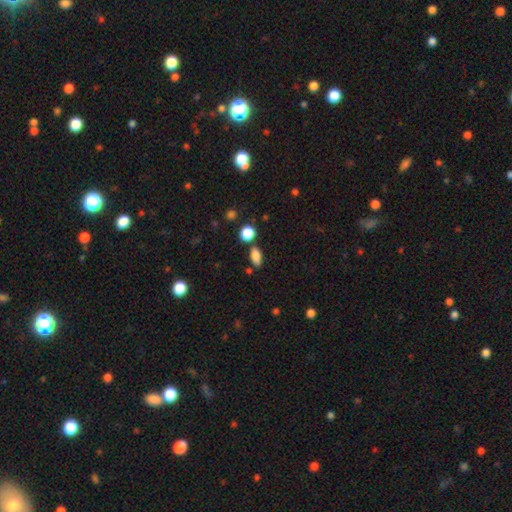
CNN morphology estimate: Smooth or featured?
  - smooth: 83% *
  - star or artifact: 10%
  - featured or disk: 8%
How rounded?
  - in between: 83% *
  - round: 9%
  - cigar-shaped: 8%
Merging?
  - none: 76% *
  - minor disturbance: 13%
  - merger: 8%
  - major disturbance: 3%